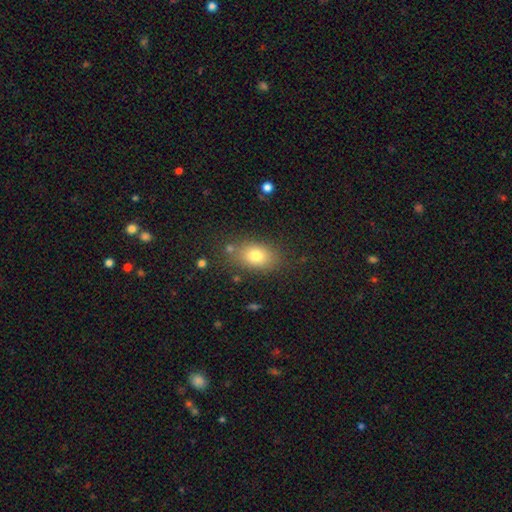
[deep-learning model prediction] Overall: smooth (77%). How rounded: in between (77%). Merging: none (79%).